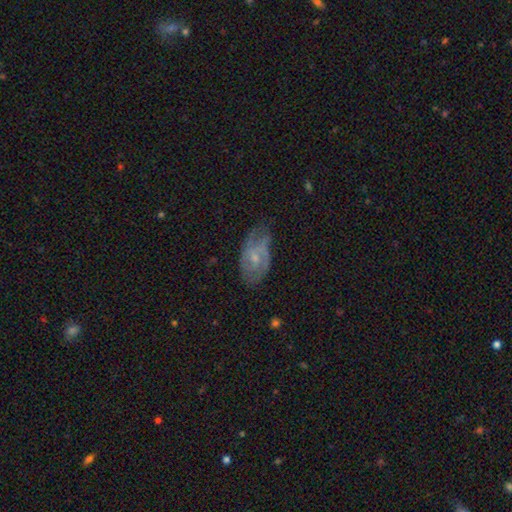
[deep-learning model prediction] featured or disk 65%, smooth 28%, star or artifact 8%. Down the decision tree: edge-on disk — no (95%); bar — no (60%); spiral arms — yes (80%); bulge size — small (59%); merging — none (53%).